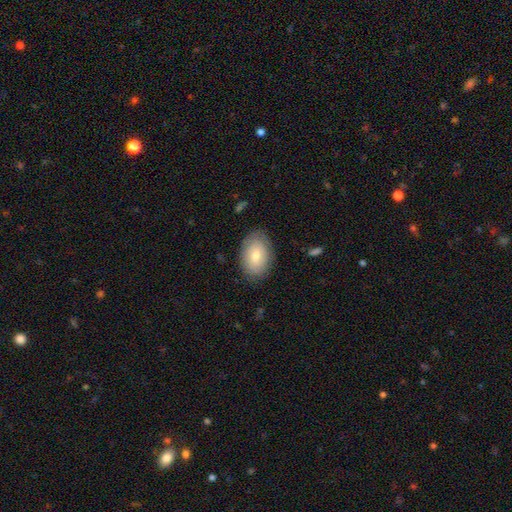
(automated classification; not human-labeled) A smooth galaxy with no disk features (69%) that is in between round and cigar-shaped (86%). Merging: none (82%).